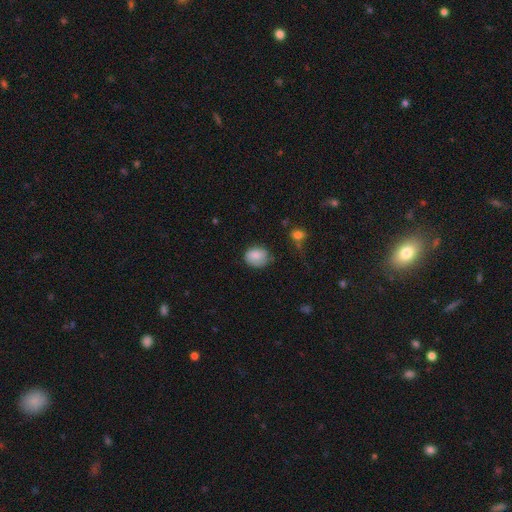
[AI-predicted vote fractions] Smooth or featured: smooth — 81% (featured or disk — 11%)
How rounded: round — 56% (in between — 43%)
Merging: none — 62% (minor disturbance — 28%)